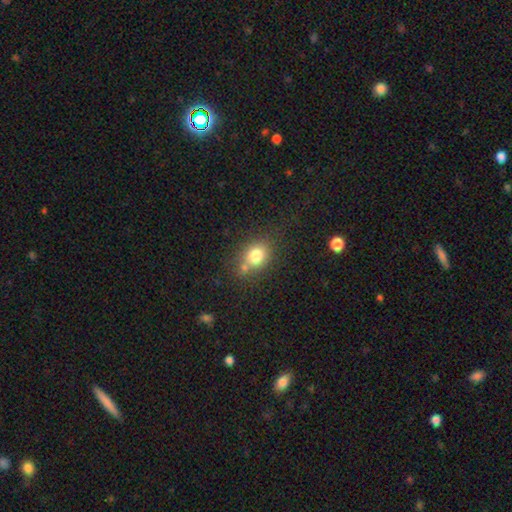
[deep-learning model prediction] The model was most divided on "how rounded": round: 54%, in between: 45%, cigar-shaped: 1%. More confident: smooth or featured — smooth (78%); merging — none (61%).